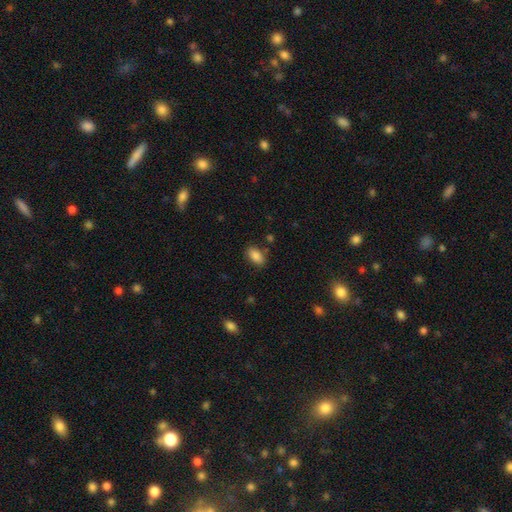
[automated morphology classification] This is clearly a smooth galaxy (85%). How rounded: clearly in between (91%). Merging: clearly none (81%).